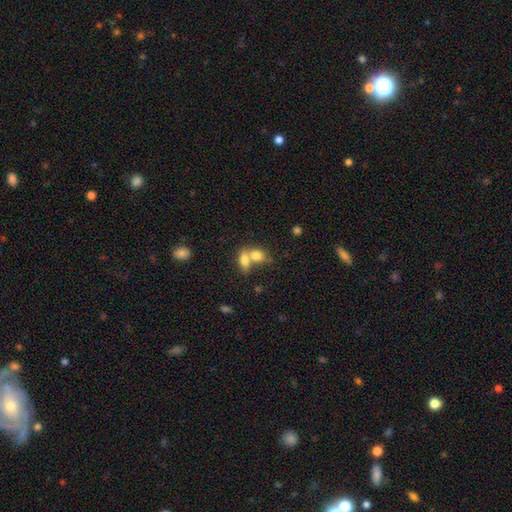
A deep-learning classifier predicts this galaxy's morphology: A smooth galaxy with no disk features (79%) that is in between round and cigar-shaped (73%). Merging: merger (64%).